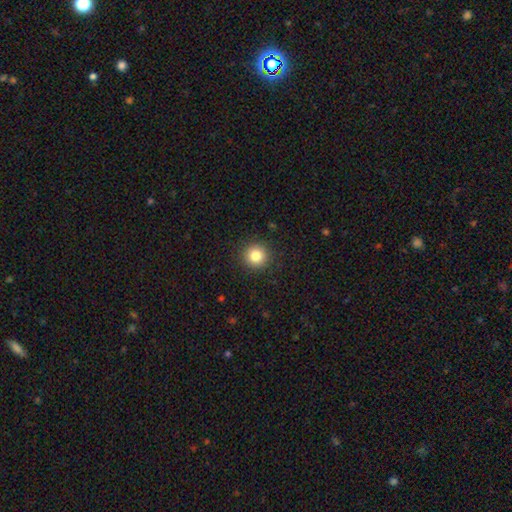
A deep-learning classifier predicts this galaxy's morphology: This is clearly a smooth galaxy (83%). How rounded: clearly round (94%). Merging: clearly none (91%).